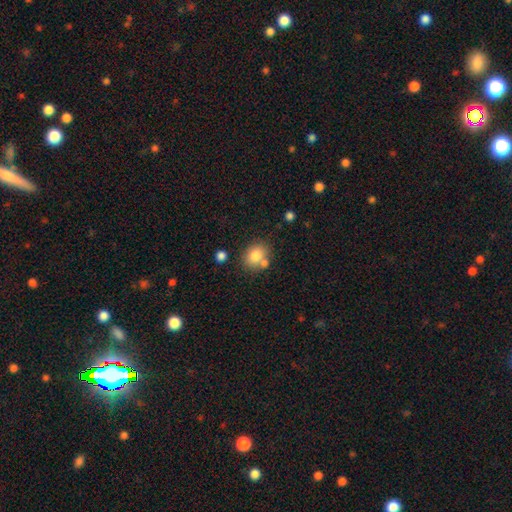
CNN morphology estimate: Overall: smooth (80%). How rounded: round (56%; in between 43%). Merging: none (65%).